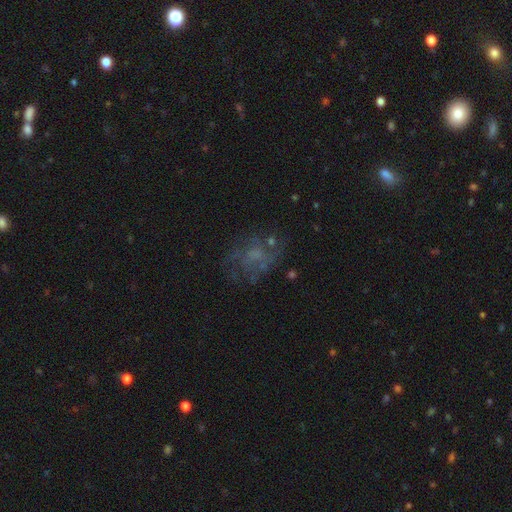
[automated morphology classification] A featured or disk galaxy (51%). Merging: none (57%).